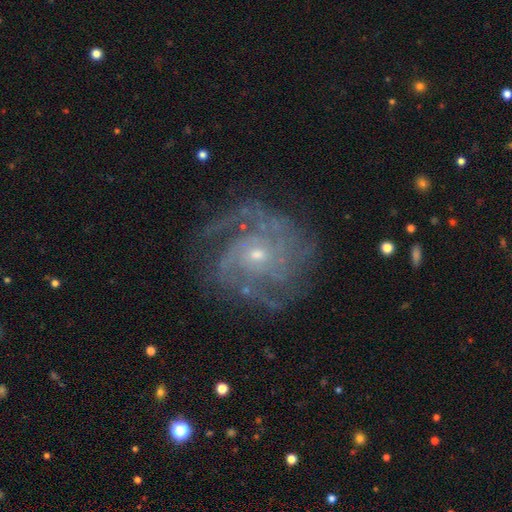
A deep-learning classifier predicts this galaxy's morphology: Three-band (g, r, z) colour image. It shows a featured or disk galaxy (88%) with no bar (73%), 3 (25%, tied with can't tell) tight (60%) spiral arms (96%) and a small central bulge (66%). Merging: none (72%).